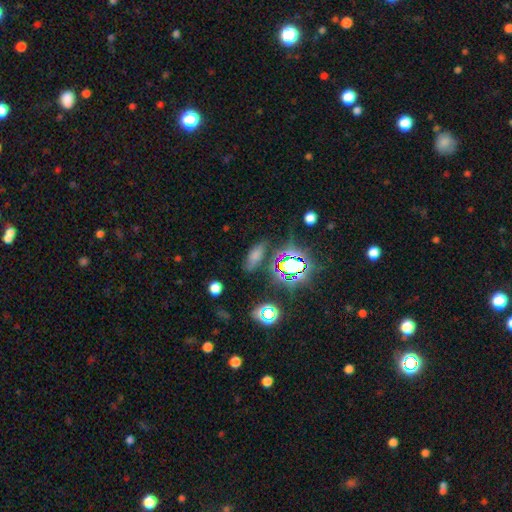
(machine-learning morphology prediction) This is possibly a smooth galaxy (57%). How rounded: likely in between (70%). Merging: likely none (71%).